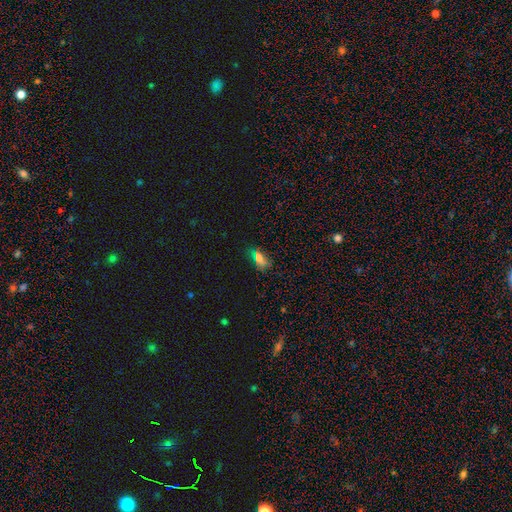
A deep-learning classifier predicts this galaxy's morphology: A smooth galaxy with no disk features (60%) that is in between round and cigar-shaped (75%). Merging: none (66%).